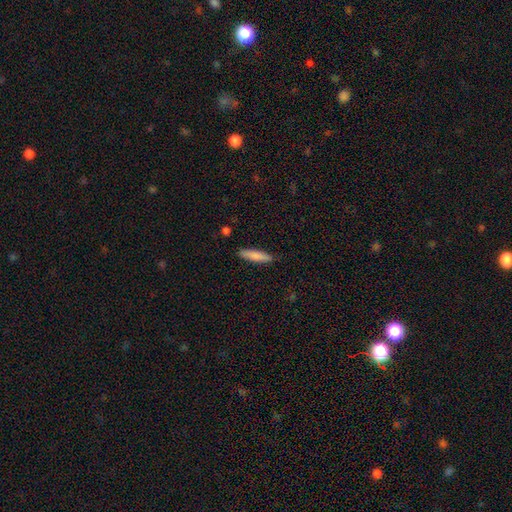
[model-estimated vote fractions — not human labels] Smooth or featured?
  - smooth: 81% *
  - featured or disk: 13%
  - star or artifact: 6%
How rounded?
  - cigar-shaped: 78% *
  - in between: 21%
  - round: 1%
Merging?
  - none: 88% *
  - minor disturbance: 9%
  - major disturbance: 2%
  - merger: 1%